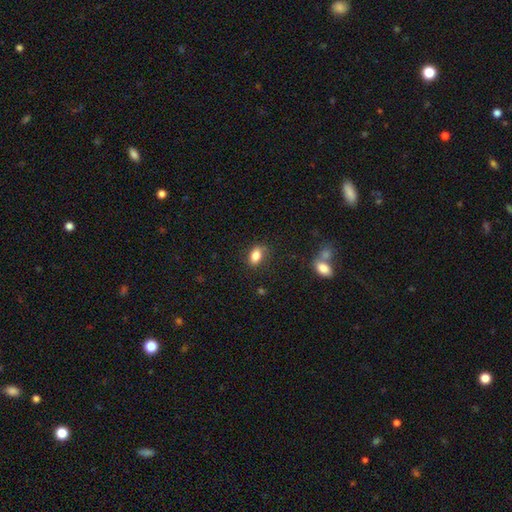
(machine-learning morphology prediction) The model was most divided on "merging": none: 76%, minor disturbance: 17%, major disturbance: 4%, merger: 2%. More confident: how rounded — in between (85%); smooth or featured — smooth (83%).